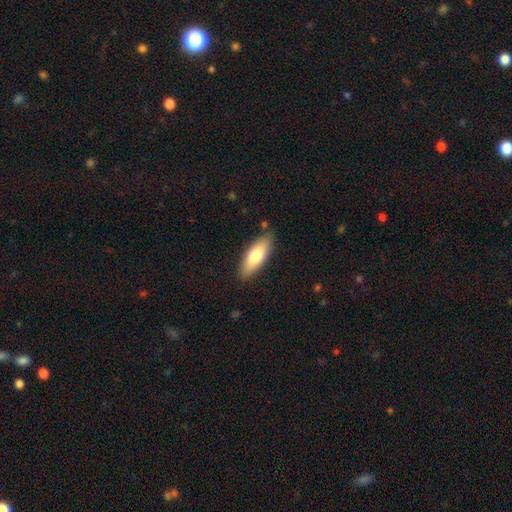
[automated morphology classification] smooth 74%, featured or disk 21%, star or artifact 6%. Down the decision tree: how rounded — in between (69%); merging — none (86%).